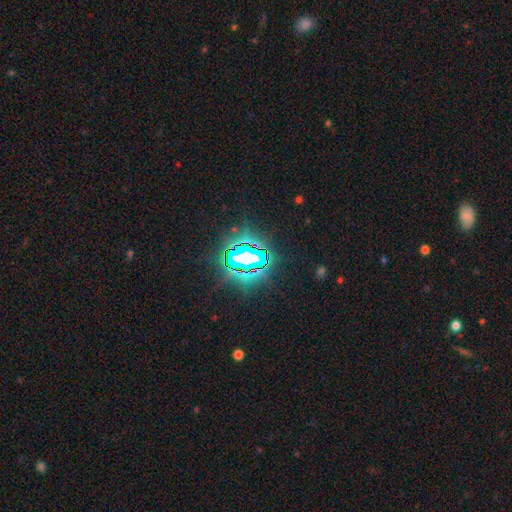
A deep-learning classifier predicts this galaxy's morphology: The model was most divided on "smooth or featured": star or artifact: 83%, smooth: 9%, featured or disk: 8%.